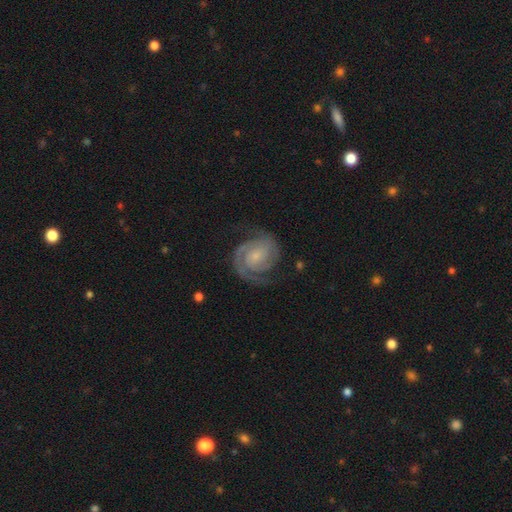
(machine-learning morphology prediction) Overall: featured or disk (89%). Edge-on disk: no (98%). Bar: no (65%; weak 28%). Spiral arms: yes (98%). Spiral arm count: 2 (82%). Spiral winding: tight (62%; medium 32%). Bulge size: small (70%). Merging: none (75%).